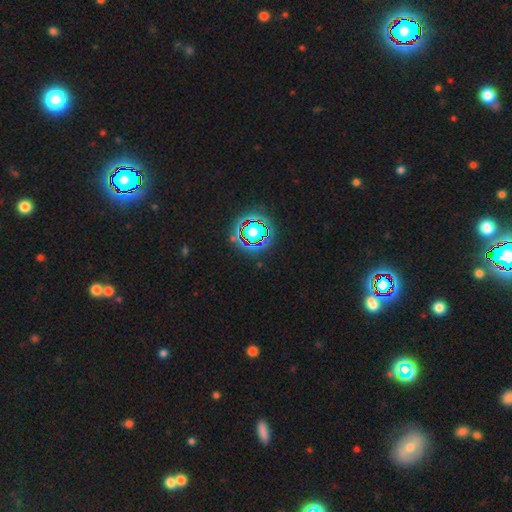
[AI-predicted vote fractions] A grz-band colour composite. It shows a star or artifact, not a galaxy (79%).